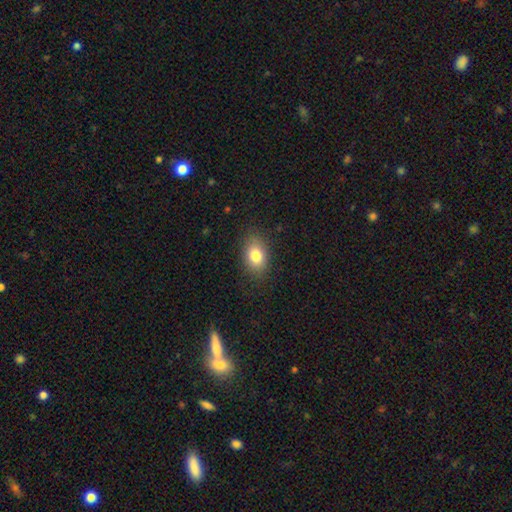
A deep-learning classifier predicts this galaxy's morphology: smooth_or_featured: smooth (p=0.80) [alt: featured or disk p=0.11]
how_rounded: in between (p=0.82) [alt: round p=0.17]
merging: none (p=0.83) [alt: minor disturbance p=0.12]